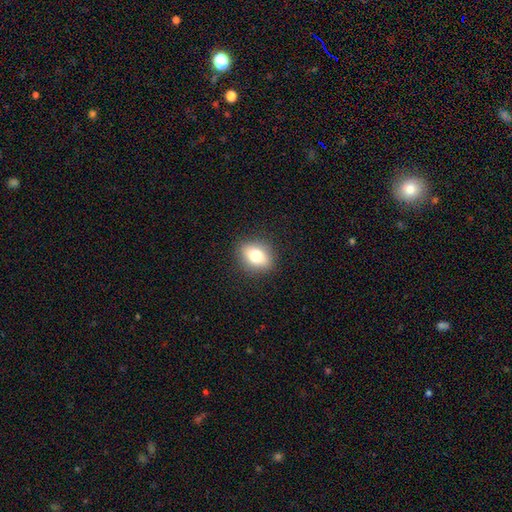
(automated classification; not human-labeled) smooth_or_featured: smooth (p=0.75) [alt: featured or disk p=0.15]
how_rounded: in between (p=0.56) [alt: round p=0.42]
merging: none (p=0.87) [alt: minor disturbance p=0.09]